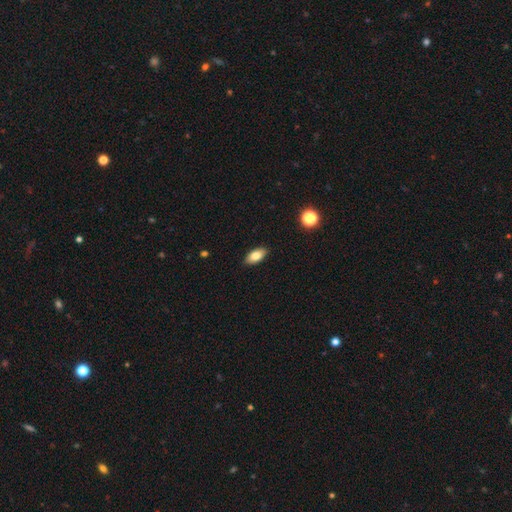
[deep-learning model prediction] Morphology: type=smooth (81%); roundness=in between (90%); merging=none (89%).